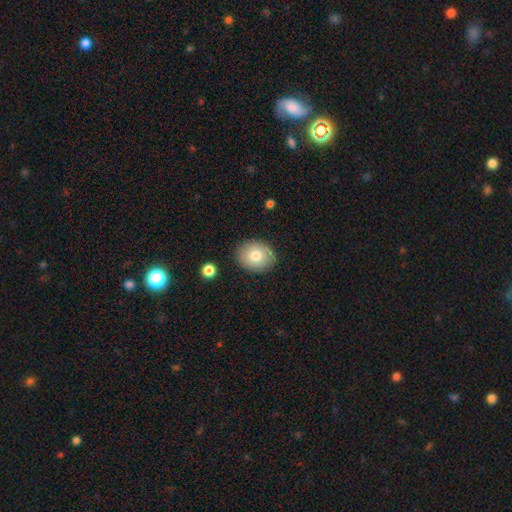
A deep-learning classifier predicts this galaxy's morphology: The model was most divided on "how rounded": round: 51%, in between: 48%, cigar-shaped: 1%. More confident: merging — none (87%); smooth or featured — smooth (78%).